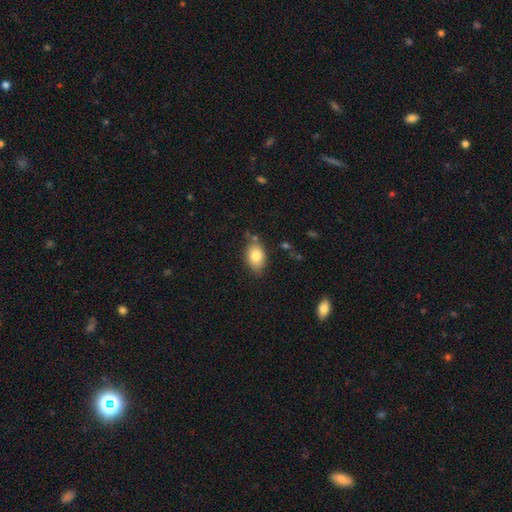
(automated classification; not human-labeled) Smooth or featured? Predicted: smooth (p=0.82). How rounded? Predicted: in between (p=0.82). Merging? Predicted: none (p=0.73).